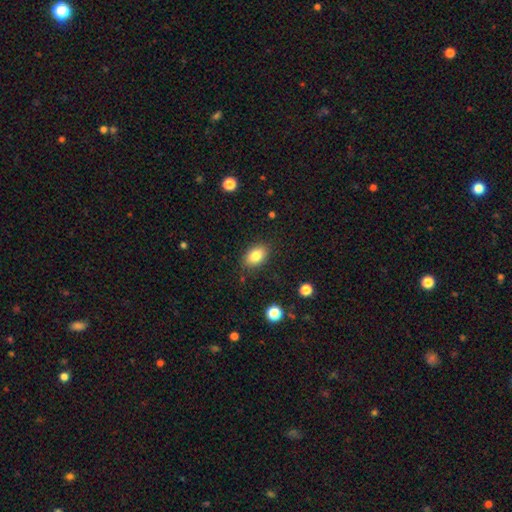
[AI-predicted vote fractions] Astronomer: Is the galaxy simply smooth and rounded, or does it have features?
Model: smooth — 83%.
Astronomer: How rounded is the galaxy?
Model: in between — 85%.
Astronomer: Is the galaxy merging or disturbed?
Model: none — 85%.